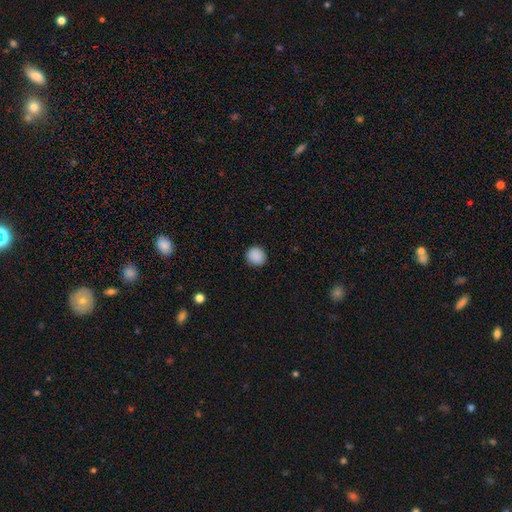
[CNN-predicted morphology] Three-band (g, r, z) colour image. It shows a smooth galaxy with no disk features (89%) that is round (86%). Merging: none (89%).